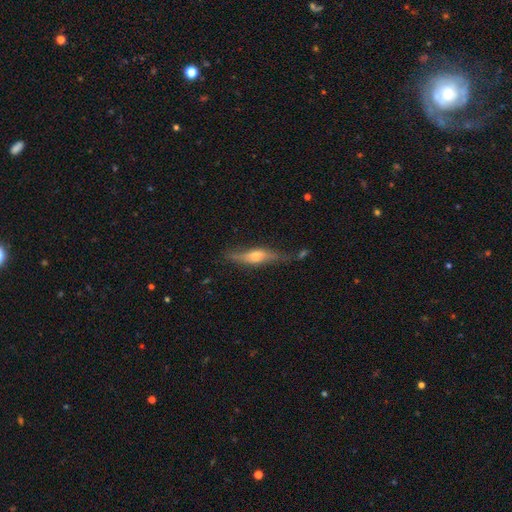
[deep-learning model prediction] featured or disk 61%, smooth 31%, star or artifact 8%. Down the decision tree: edge-on disk — yes (87%); edge-on bulge — rounded (80%); merging — none (67%).